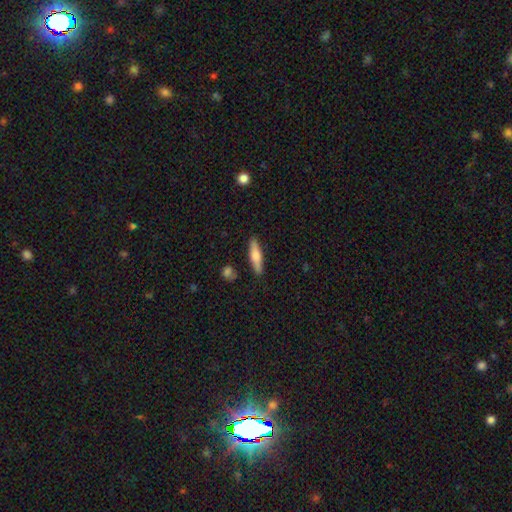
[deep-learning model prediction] smooth 59%, featured or disk 34%, star or artifact 6%. Down the decision tree: how rounded — cigar-shaped (76%); merging — none (86%).